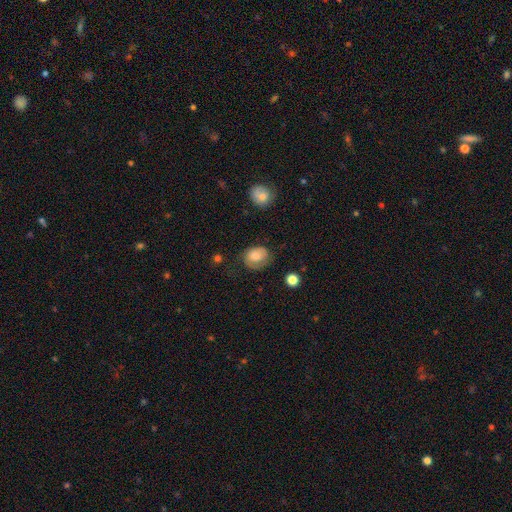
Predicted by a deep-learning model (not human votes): Q: Smooth or featured?
A: smooth (69%); runner-up: featured or disk (23%)
Q: How rounded?
A: round (51%); runner-up: in between (48%)
Q: Merging?
A: none (60%); runner-up: minor disturbance (25%)